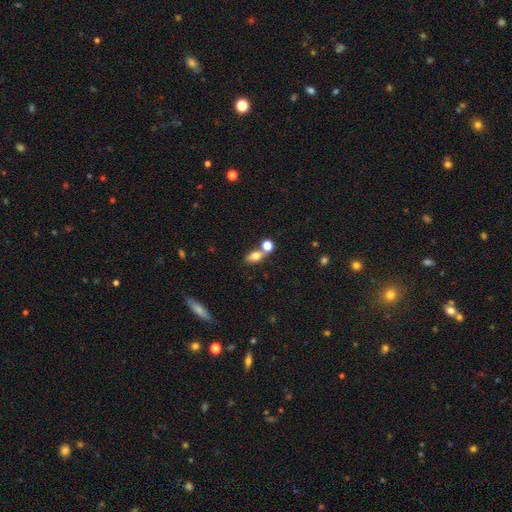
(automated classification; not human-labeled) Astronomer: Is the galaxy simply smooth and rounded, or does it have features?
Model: smooth — 75%.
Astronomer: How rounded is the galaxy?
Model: in between — 76%.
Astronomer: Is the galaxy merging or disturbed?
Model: none — 50% (runner-up: merger, 35%).